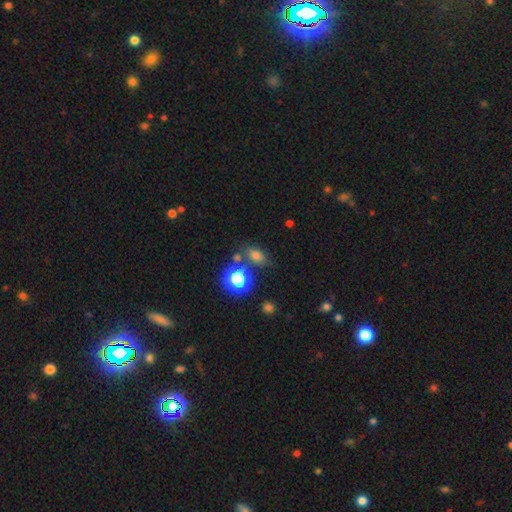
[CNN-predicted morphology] The model was most divided on "how rounded": in between: 68%, round: 30%, cigar-shaped: 3%. More confident: smooth or featured — smooth (70%); merging — none (68%).